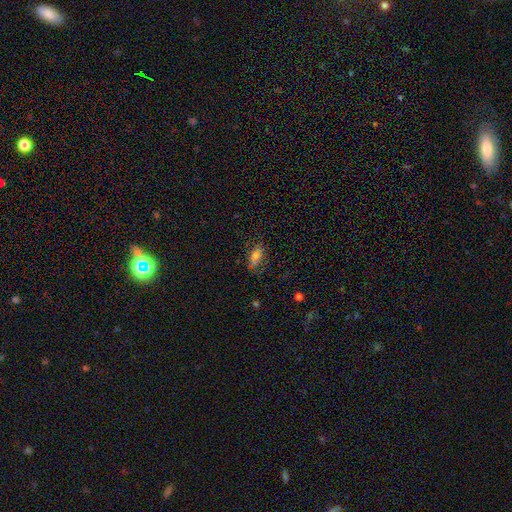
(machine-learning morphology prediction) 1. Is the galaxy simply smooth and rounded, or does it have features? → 65% smooth, 23% featured or disk, 12% star or artifact.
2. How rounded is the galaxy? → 75% in between, 18% cigar-shaped, 6% round.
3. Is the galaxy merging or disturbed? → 74% none, 19% minor disturbance, 5% major disturbance, 1% merger.